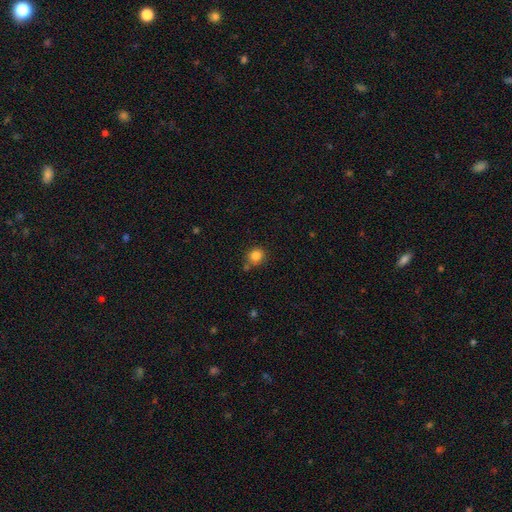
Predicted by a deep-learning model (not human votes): Overall: smooth (84%). How rounded: round (82%). Merging: none (73%).